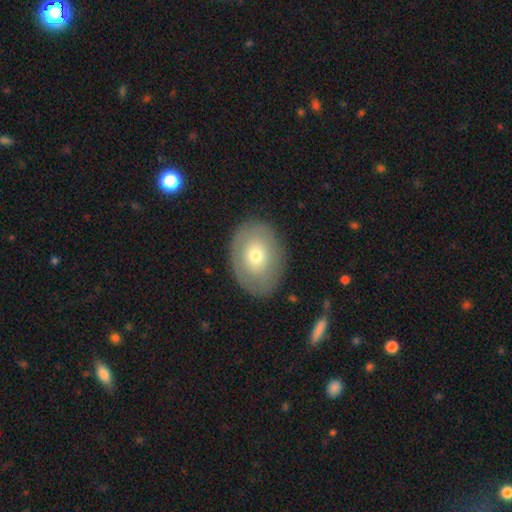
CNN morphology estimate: Smooth or featured?
  - smooth: 62% *
  - featured or disk: 31%
  - star or artifact: 7%
How rounded?
  - in between: 73% *
  - round: 26%
  - cigar-shaped: 1%
Merging?
  - none: 82% *
  - minor disturbance: 12%
  - major disturbance: 4%
  - merger: 1%